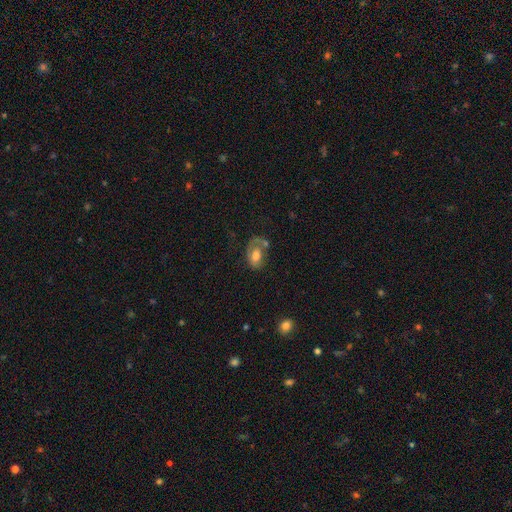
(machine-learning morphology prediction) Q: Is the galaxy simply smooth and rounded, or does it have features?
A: smooth — 51%.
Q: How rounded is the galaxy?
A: in between — 80%.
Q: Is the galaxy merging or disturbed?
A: none — 37%.